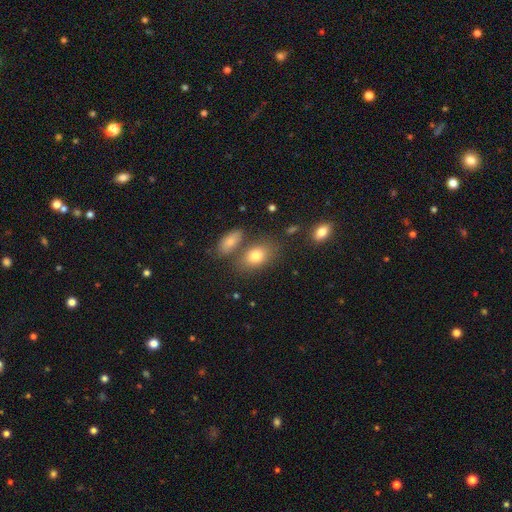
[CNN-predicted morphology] Smooth or featured: smooth — 78% (featured or disk — 12%)
How rounded: in between — 81% (round — 17%)
Merging: none — 62% (merger — 20%)